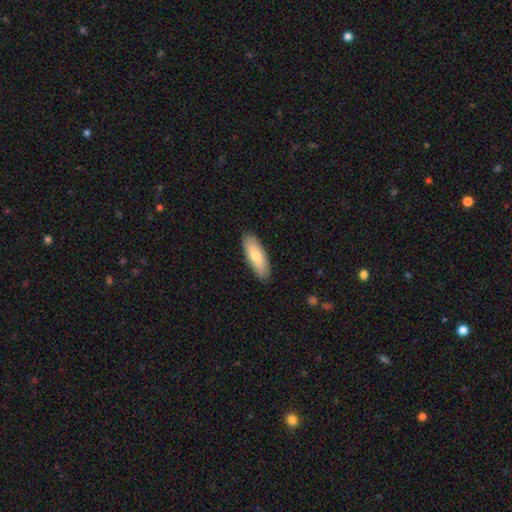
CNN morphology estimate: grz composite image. It shows a smooth galaxy with no disk features (74%) that is in between round and cigar-shaped (63%). Merging: none (89%).